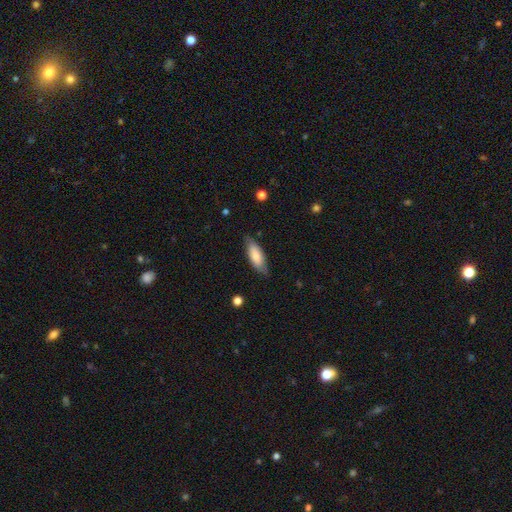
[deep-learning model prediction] smooth 74%, featured or disk 20%, star or artifact 6%. Down the decision tree: how rounded — in between (71%); merging — none (75%).